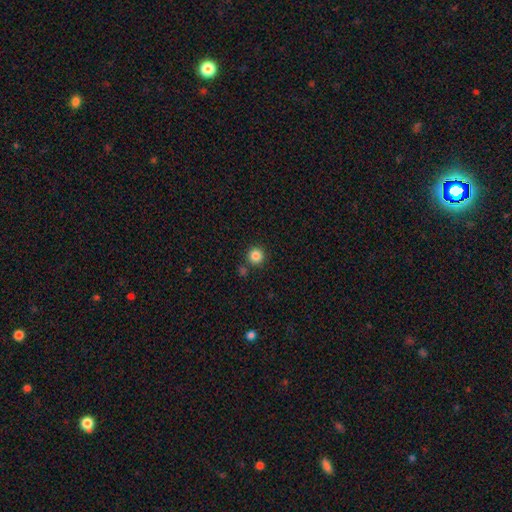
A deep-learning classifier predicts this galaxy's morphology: Smooth or featured? smooth (85%)
How rounded? round (95%)
Merging? none (85%)